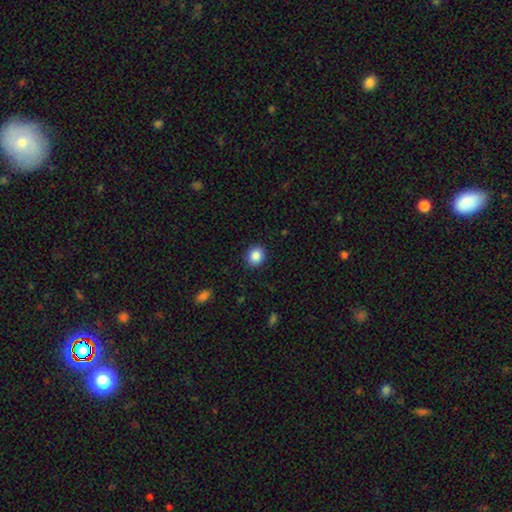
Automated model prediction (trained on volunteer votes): Smooth or featured?
  - smooth: 87% *
  - star or artifact: 9%
  - featured or disk: 4%
How rounded?
  - round: 81% *
  - in between: 18%
  - cigar-shaped: 1%
Merging?
  - none: 90% *
  - minor disturbance: 7%
  - major disturbance: 2%
  - merger: 1%